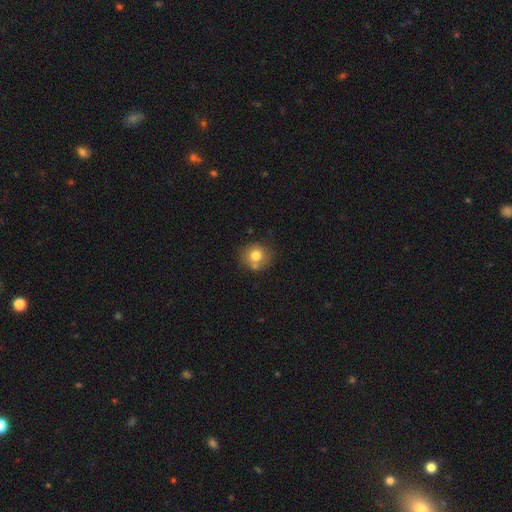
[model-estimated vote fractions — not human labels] Smooth or featured? Predicted: smooth (p=0.76). How rounded? Predicted: round (p=0.83). Merging? Predicted: none (p=0.68).